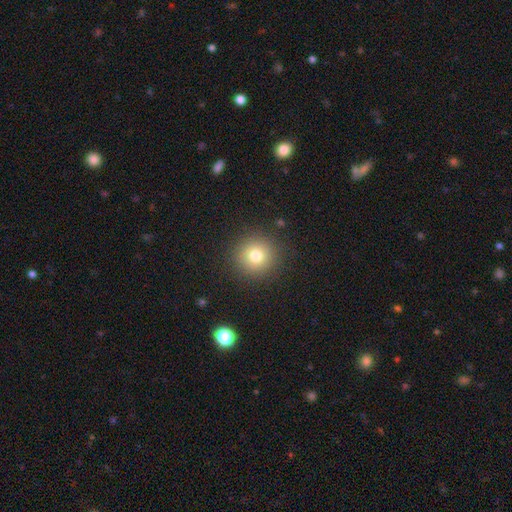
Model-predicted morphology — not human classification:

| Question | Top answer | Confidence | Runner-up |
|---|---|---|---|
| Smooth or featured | smooth | 77% | star or artifact (14%) |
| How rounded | round | 94% | in between (5%) |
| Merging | none | 89% | minor disturbance (6%) |